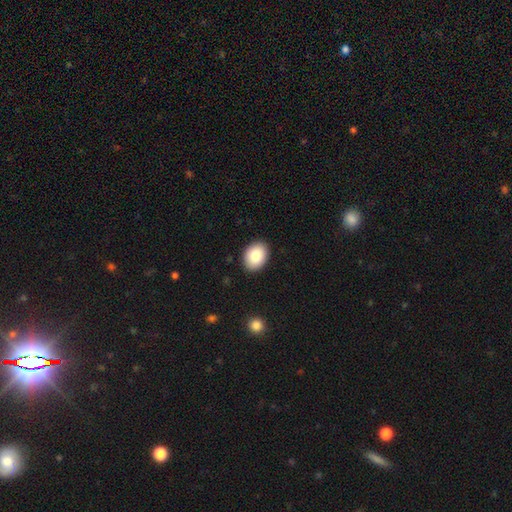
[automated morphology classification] This appears to be a smooth galaxy with no disk features (85%) that is in between round and cigar-shaped (72%). Merging: none (90%).